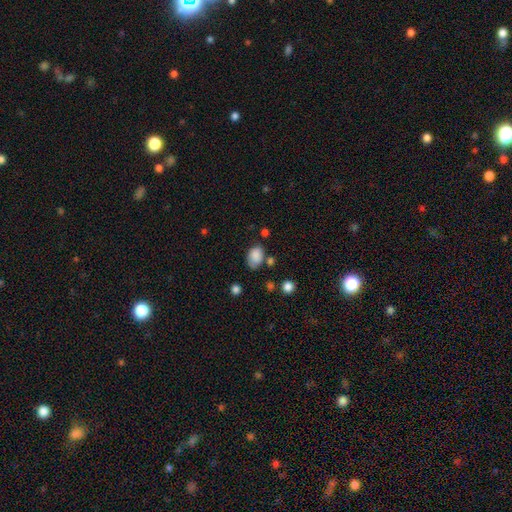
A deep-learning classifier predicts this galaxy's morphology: Smooth or featured: smooth — 86% (star or artifact — 9%)
How rounded: in between — 84% (round — 14%)
Merging: none — 60% (minor disturbance — 26%)